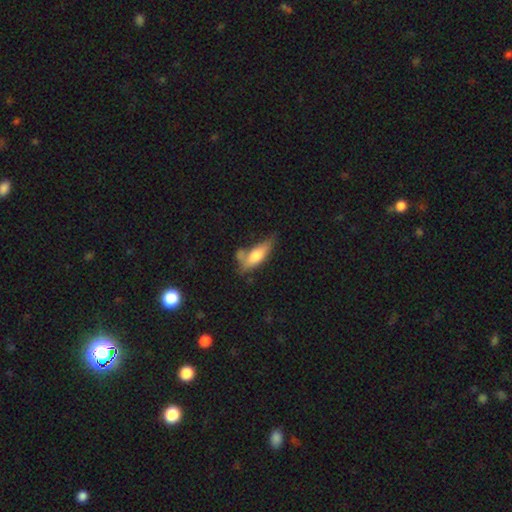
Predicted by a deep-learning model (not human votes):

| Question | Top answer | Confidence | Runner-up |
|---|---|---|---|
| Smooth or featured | smooth | 65% | featured or disk (28%) |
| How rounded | in between | 60% | cigar-shaped (37%) |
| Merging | none | 41% | minor disturbance (26%) |